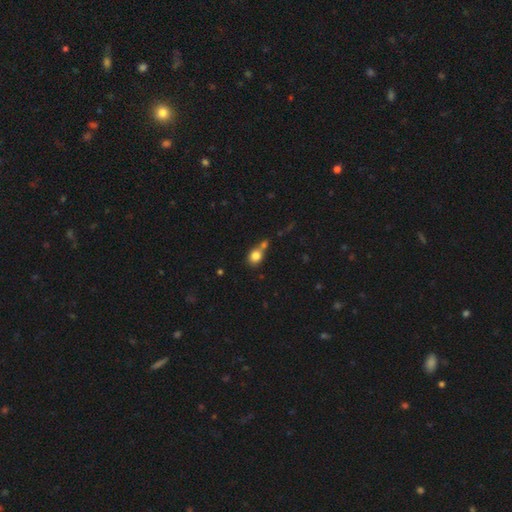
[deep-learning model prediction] A smooth galaxy with no disk features (80%) that is round (67%). Merging: none (44%).